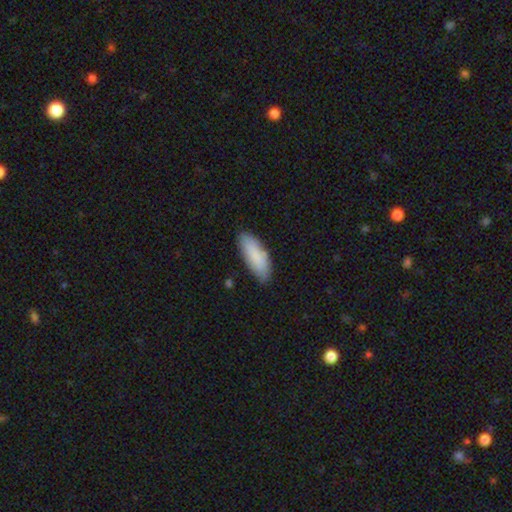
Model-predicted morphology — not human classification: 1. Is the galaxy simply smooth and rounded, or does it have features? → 86% smooth, 9% featured or disk, 6% star or artifact.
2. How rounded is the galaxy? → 71% in between, 28% cigar-shaped, 2% round.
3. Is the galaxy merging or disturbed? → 79% none, 16% minor disturbance, 3% major disturbance, 2% merger.